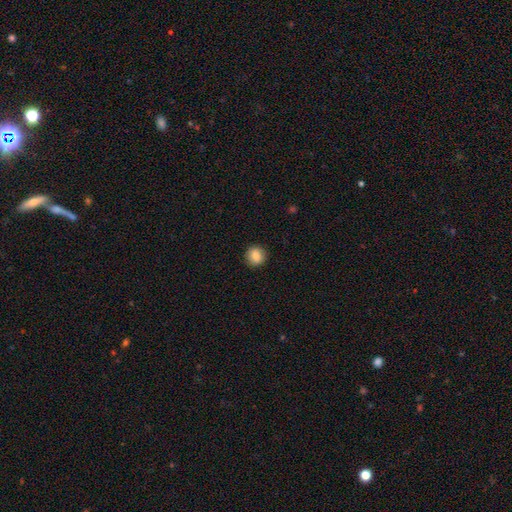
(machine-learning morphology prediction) A smooth galaxy with no disk features (85%) that is round (89%).

Vote fractions:
- Smooth or featured? smooth: 85% / star or artifact: 9% / featured or disk: 7%
- How rounded? round: 89% / in between: 10% / cigar-shaped: 1%
- Merging? none: 91% / minor disturbance: 6% / major disturbance: 2% / merger: 1%